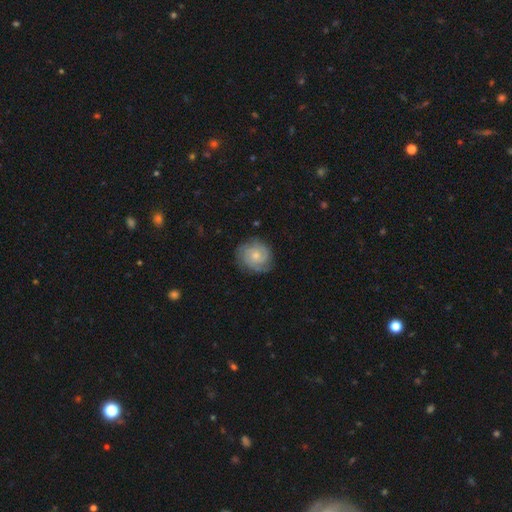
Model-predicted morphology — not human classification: The model was most divided on "spiral arm count": can't tell: 30%, 2: 27%, 3: 24%, 4: 8%, 1: 5%, more than 4: 5%. More confident: edge-on disk — no (98%); spiral arms — yes (93%); merging — none (80%); bar — no (77%); smooth or featured — featured or disk (68%); spiral winding — tight (68%); bulge size — small (53%).